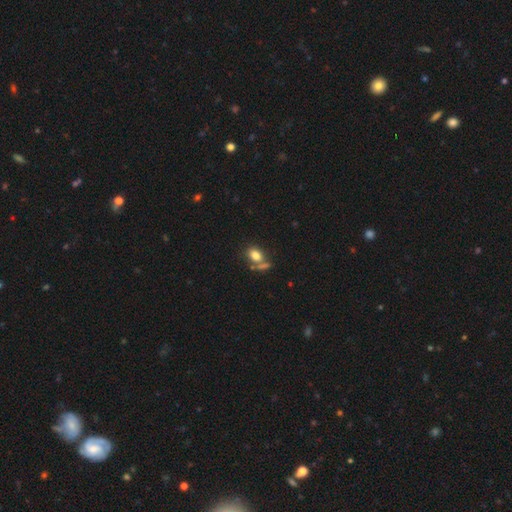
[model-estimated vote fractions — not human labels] Smooth or featured: smooth — 81% (star or artifact — 10%)
How rounded: in between — 75% (round — 22%)
Merging: none — 51% (merger — 29%)